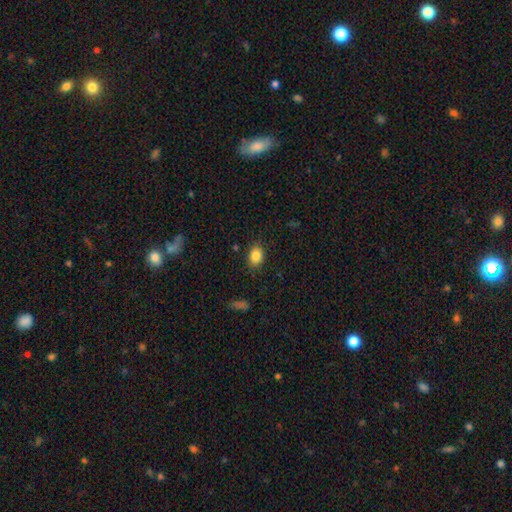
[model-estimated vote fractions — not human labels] Smooth or featured: smooth — 85% (star or artifact — 9%)
How rounded: in between — 66% (round — 33%)
Merging: none — 86% (minor disturbance — 10%)